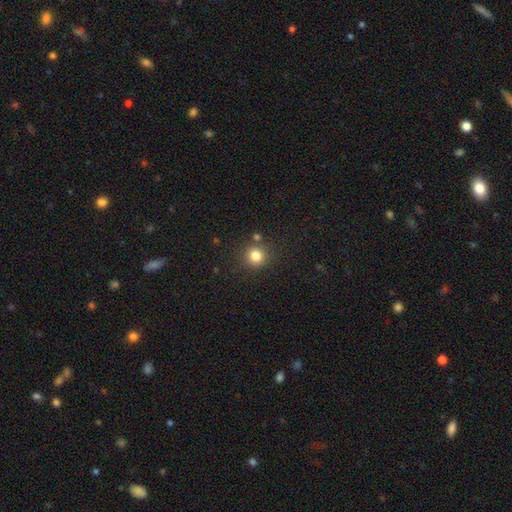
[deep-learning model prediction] This appears to be a smooth galaxy with no disk features (81%) that is round (91%). Merging: none (82%).